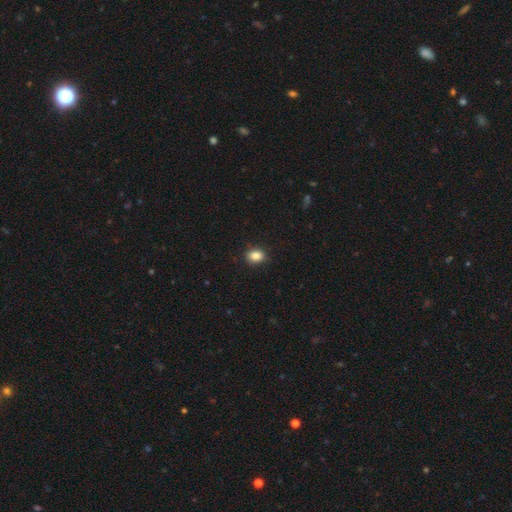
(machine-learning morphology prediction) Smooth or featured: smooth — 86% (star or artifact — 10%)
How rounded: in between — 54% (round — 45%)
Merging: none — 88% (minor disturbance — 9%)